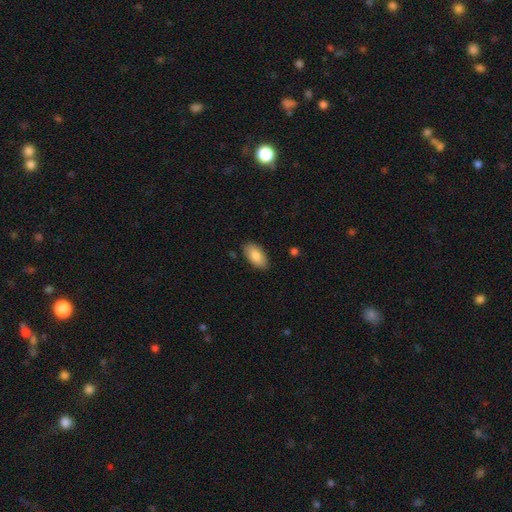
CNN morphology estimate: Smooth or featured? smooth (85%)
How rounded? in between (94%)
Merging? none (84%)